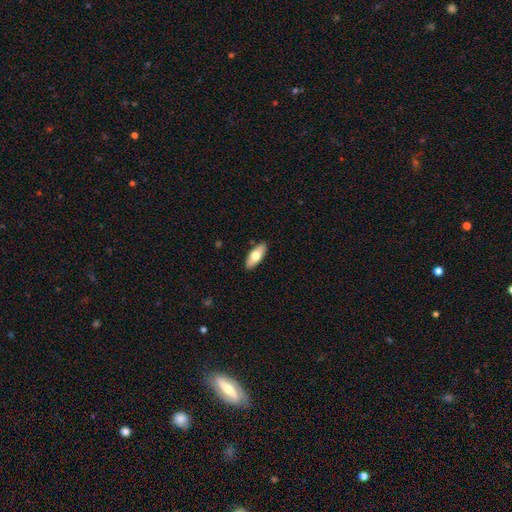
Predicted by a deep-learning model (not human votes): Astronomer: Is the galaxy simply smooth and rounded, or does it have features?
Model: smooth — 69%.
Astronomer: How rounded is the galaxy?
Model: in between — 76%.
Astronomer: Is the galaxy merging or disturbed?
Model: none — 89%.